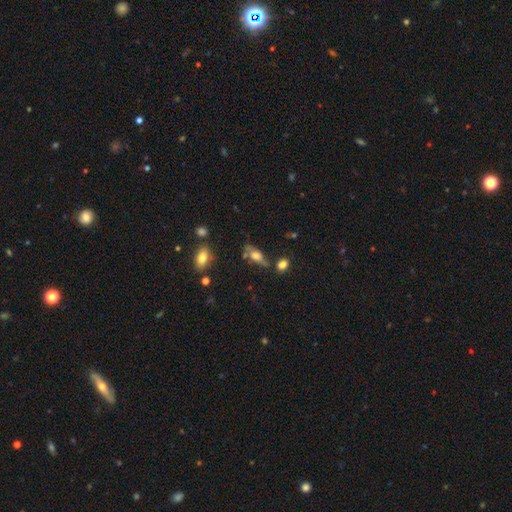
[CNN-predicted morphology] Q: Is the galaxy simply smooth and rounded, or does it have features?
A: smooth — 47%.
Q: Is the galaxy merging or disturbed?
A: none — 58%.